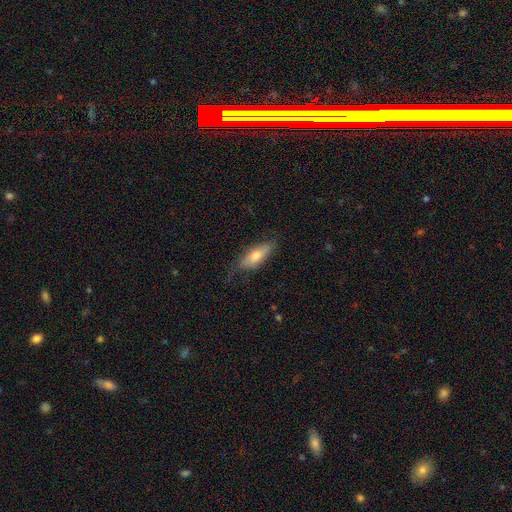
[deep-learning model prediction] The model was most divided on "how rounded": in between: 55%, cigar-shaped: 42%, round: 2%. More confident: merging — none (70%); smooth or featured — smooth (61%).